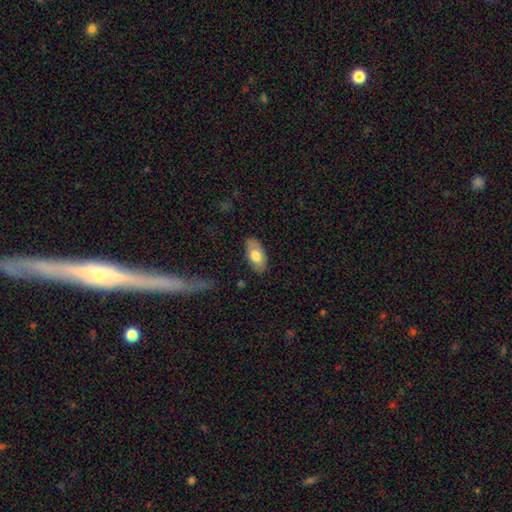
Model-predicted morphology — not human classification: smooth_or_featured: smooth (p=0.75) [alt: featured or disk p=0.19]
how_rounded: in between (p=0.94) [alt: cigar-shaped p=0.03]
merging: none (p=0.84) [alt: minor disturbance p=0.12]